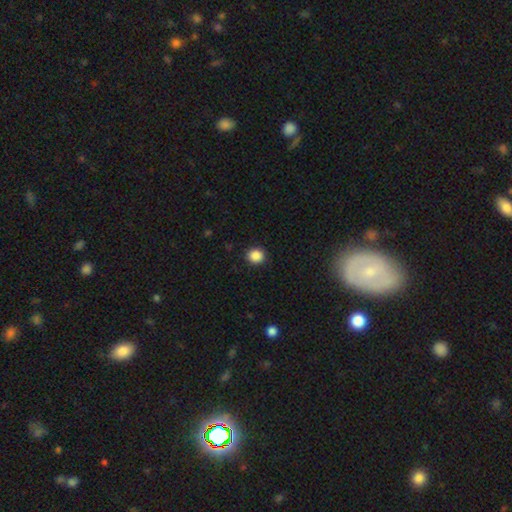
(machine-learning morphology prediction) This appears to be a smooth galaxy with no disk features (87%) that is round (85%). Merging: none (90%).